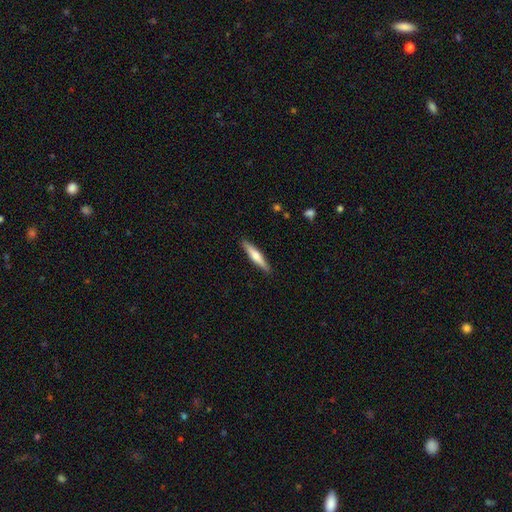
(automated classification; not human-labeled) Smooth or featured? Predicted: smooth (p=0.52). How rounded? Predicted: cigar-shaped (p=0.89). Merging? Predicted: none (p=0.90).